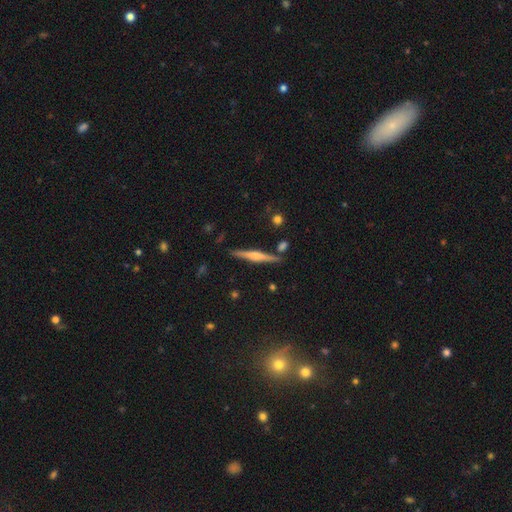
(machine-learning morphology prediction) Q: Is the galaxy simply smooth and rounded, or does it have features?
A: featured or disk — 68%.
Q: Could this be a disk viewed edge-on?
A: yes — 98%.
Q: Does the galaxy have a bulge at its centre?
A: rounded — 73%.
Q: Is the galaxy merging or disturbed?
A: none — 86%.